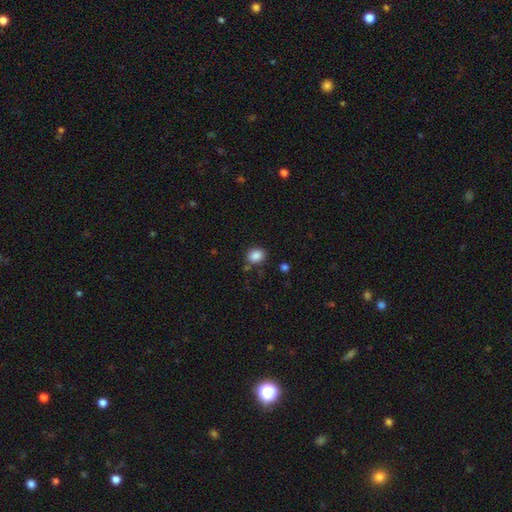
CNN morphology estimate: A smooth galaxy with no disk features (87%) that is in between round and cigar-shaped (55%). Merging: none (79%).